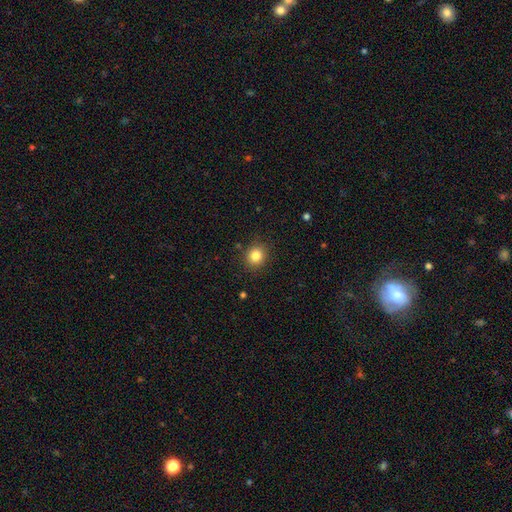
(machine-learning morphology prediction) A smooth galaxy with no disk features (83%) that is round (85%).

Vote fractions:
- Smooth or featured? smooth: 83% / star or artifact: 11% / featured or disk: 6%
- How rounded? round: 85% / in between: 14% / cigar-shaped: 1%
- Merging? none: 88% / minor disturbance: 8% / major disturbance: 2% / merger: 1%